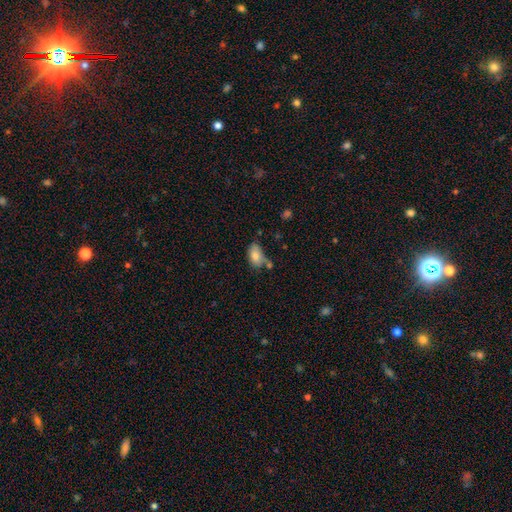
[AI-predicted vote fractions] Smooth or featured? Predicted: smooth (p=0.79). How rounded? Predicted: in between (p=0.89). Merging? Predicted: none (p=0.43).